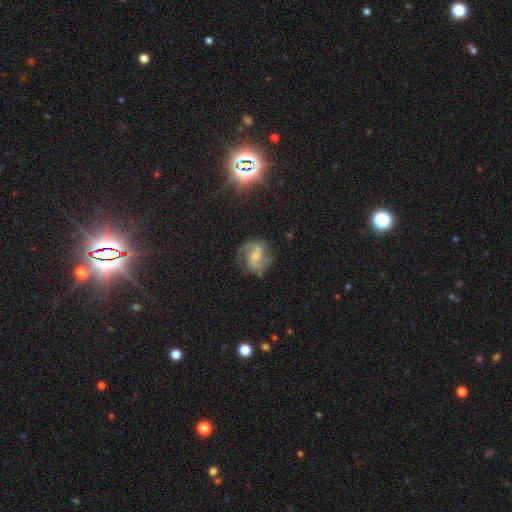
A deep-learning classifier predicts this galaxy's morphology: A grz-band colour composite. It shows a featured or disk galaxy (80%) with a weak bar (48%), 2 (85%) medium (54%) spiral arms (95%) and a small central bulge (52%). Merging: none (67%).